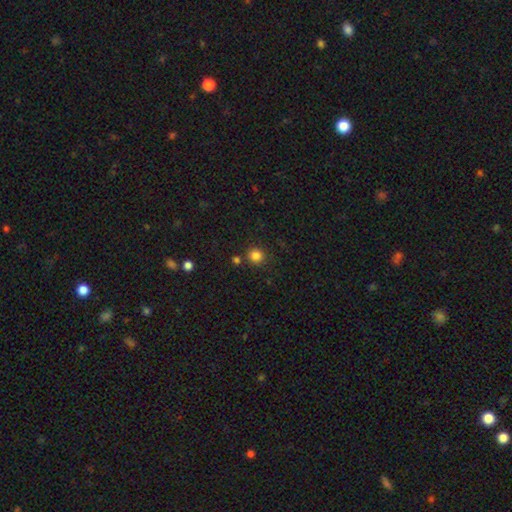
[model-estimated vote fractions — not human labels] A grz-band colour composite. It shows a smooth galaxy with no disk features (83%) that is round (92%). Merging: none (83%).